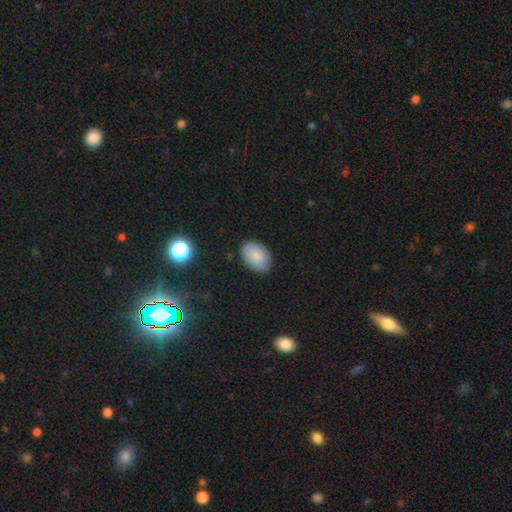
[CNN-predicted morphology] smooth-or-featured: smooth: 86% | star or artifact: 7% | featured or disk: 7%
  how-rounded: in between: 88% | round: 11% | cigar-shaped: 1%
  merging: none: 86% | minor disturbance: 10% | major disturbance: 2% | merger: 1%